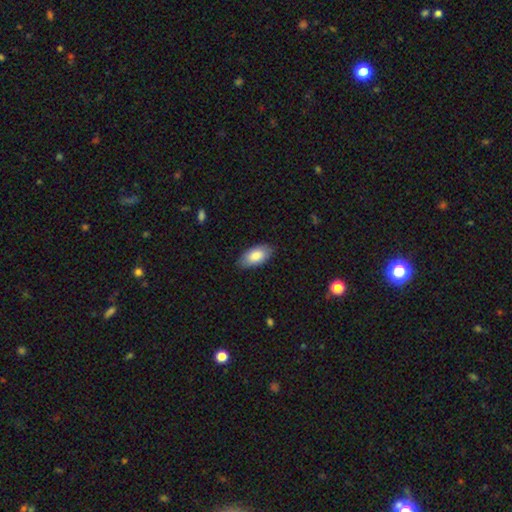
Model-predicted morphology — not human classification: Smooth or featured?
  - smooth: 83% *
  - featured or disk: 11%
  - star or artifact: 6%
How rounded?
  - in between: 94% *
  - cigar-shaped: 3%
  - round: 2%
Merging?
  - none: 85% *
  - minor disturbance: 12%
  - major disturbance: 2%
  - merger: 1%